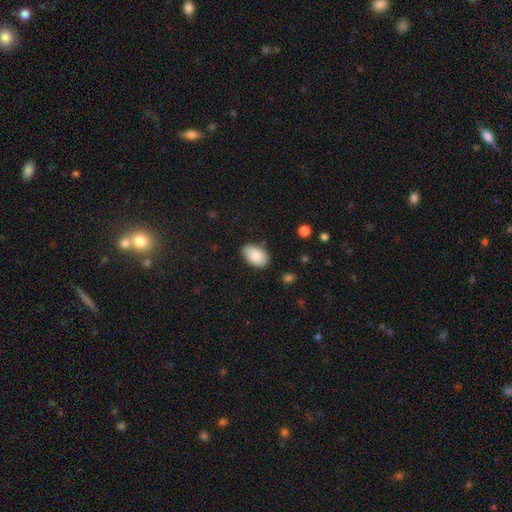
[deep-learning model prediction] smooth-or-featured: smooth: 87% | star or artifact: 7% | featured or disk: 6%
  how-rounded: in between: 92% | round: 7% | cigar-shaped: 1%
  merging: none: 78% | minor disturbance: 17% | major disturbance: 3% | merger: 2%